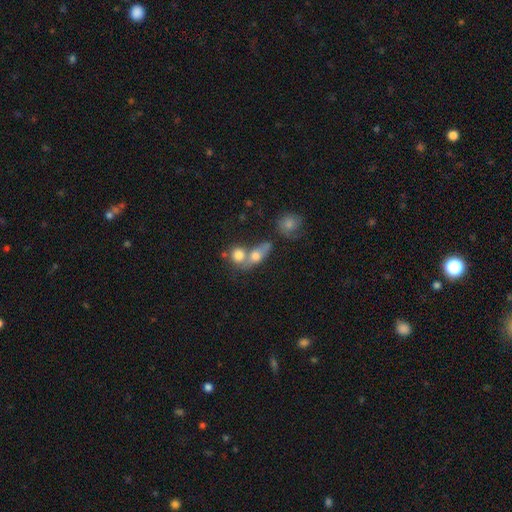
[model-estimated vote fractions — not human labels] A smooth galaxy with no disk features (71%) that is round (47%). Merging: merger (57%).